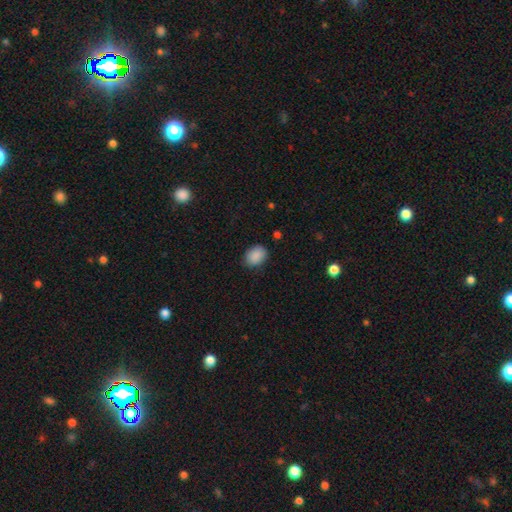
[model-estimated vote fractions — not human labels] A smooth galaxy with no disk features (89%) that is in between round and cigar-shaped (69%).

Vote fractions:
- Smooth or featured? smooth: 89% / star or artifact: 8% / featured or disk: 4%
- How rounded? in between: 69% / round: 30% / cigar-shaped: 1%
- Merging? none: 82% / minor disturbance: 14% / major disturbance: 3% / merger: 1%